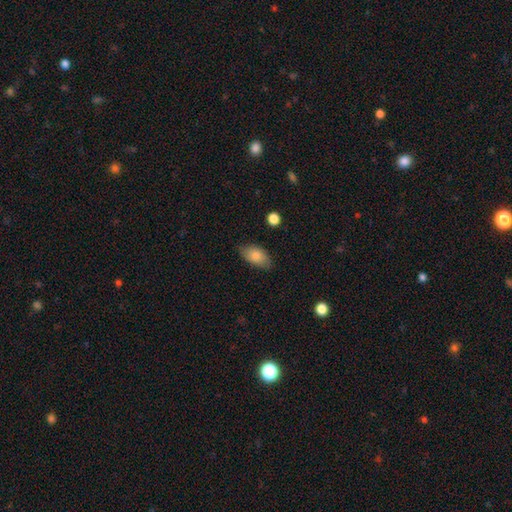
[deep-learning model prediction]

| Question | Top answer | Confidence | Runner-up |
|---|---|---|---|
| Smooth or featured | smooth | 83% | featured or disk (11%) |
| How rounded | in between | 93% | round (5%) |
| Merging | none | 78% | minor disturbance (17%) |